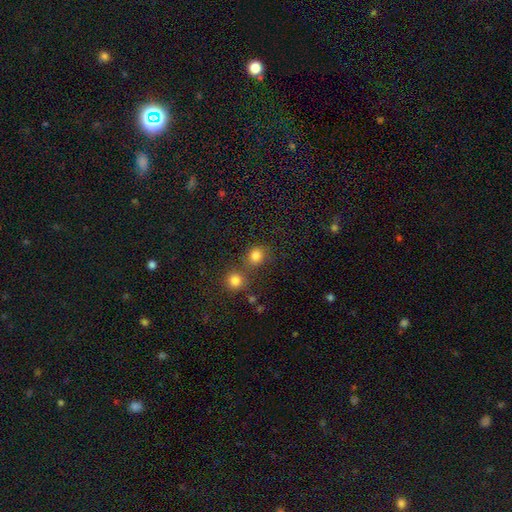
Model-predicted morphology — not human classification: Overall: smooth (80%). How rounded: round (70%). Merging: none (61%; merger 25%).